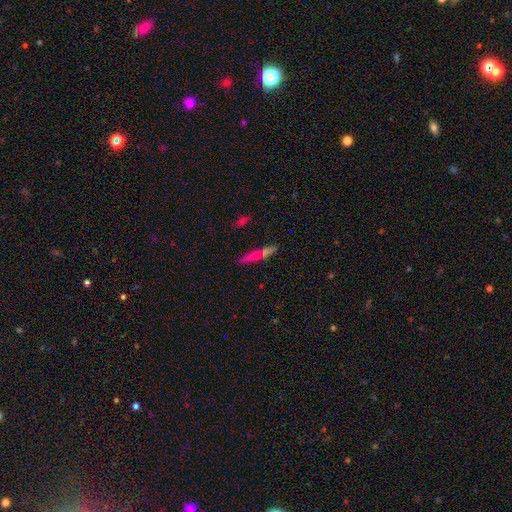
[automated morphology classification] Smooth or featured? Predicted: smooth (p=0.48). Merging? Predicted: none (p=0.78).